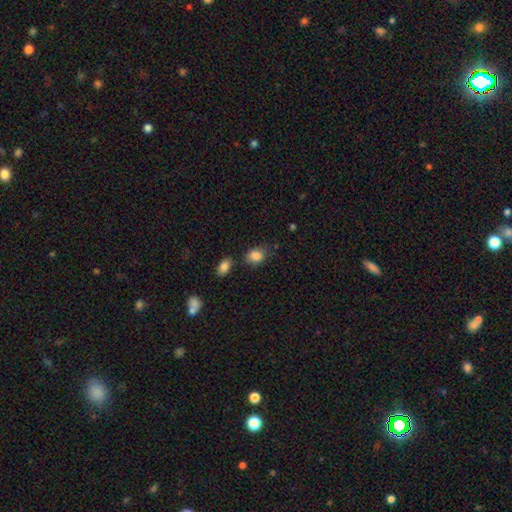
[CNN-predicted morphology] A smooth galaxy with no disk features (86%) that is in between round and cigar-shaped (64%).

Vote fractions:
- Smooth or featured? smooth: 86% / star or artifact: 9% / featured or disk: 6%
- How rounded? in between: 64% / round: 35% / cigar-shaped: 1%
- Merging? none: 69% / minor disturbance: 19% / merger: 7% / major disturbance: 5%